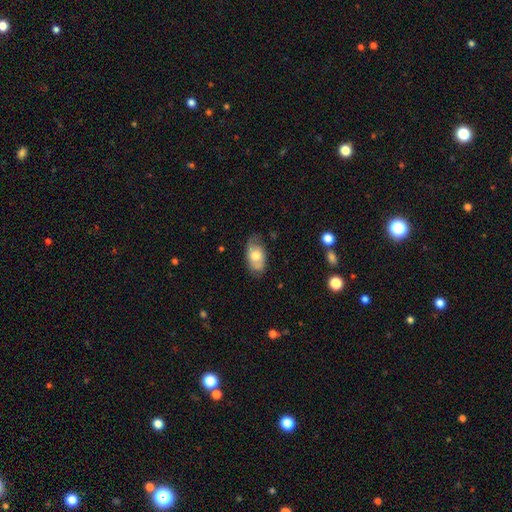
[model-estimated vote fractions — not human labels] smooth-or-featured: smooth: 61% | featured or disk: 32% | star or artifact: 7%
  how-rounded: in between: 91% | round: 7% | cigar-shaped: 2%
  merging: none: 65% | minor disturbance: 26% | major disturbance: 7% | merger: 2%